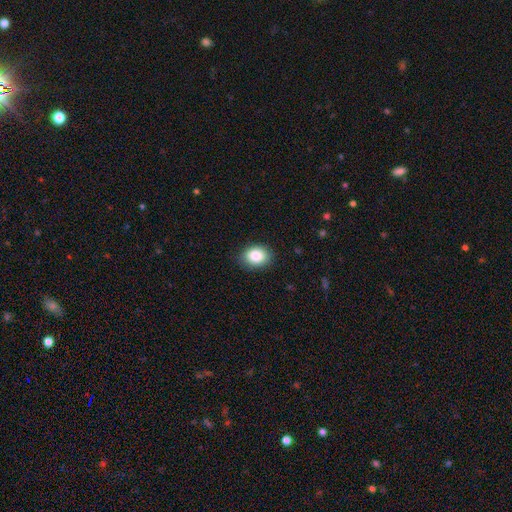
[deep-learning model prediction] Smooth or featured: smooth — 85% (star or artifact — 8%)
How rounded: in between — 64% (round — 35%)
Merging: none — 86% (minor disturbance — 11%)